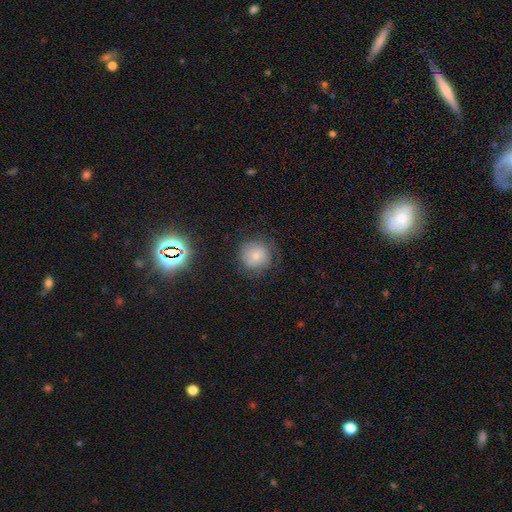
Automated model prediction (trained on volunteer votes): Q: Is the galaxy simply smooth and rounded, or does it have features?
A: smooth — 73%.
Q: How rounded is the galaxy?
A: round — 91%.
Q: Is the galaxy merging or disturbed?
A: none — 71%.